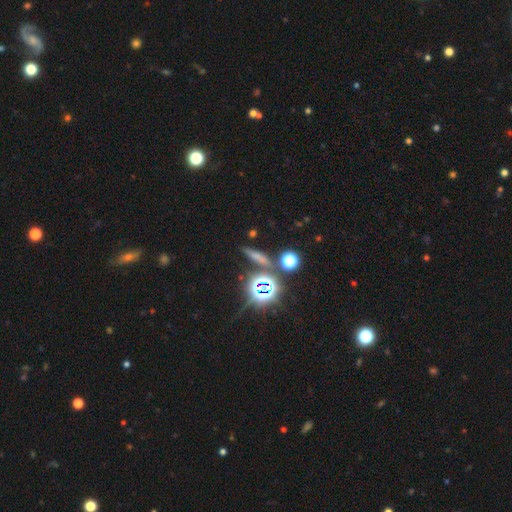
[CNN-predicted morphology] Q: Smooth or featured?
A: smooth (44%); runner-up: star or artifact (39%)
Q: Merging?
A: none (79%); runner-up: minor disturbance (9%)